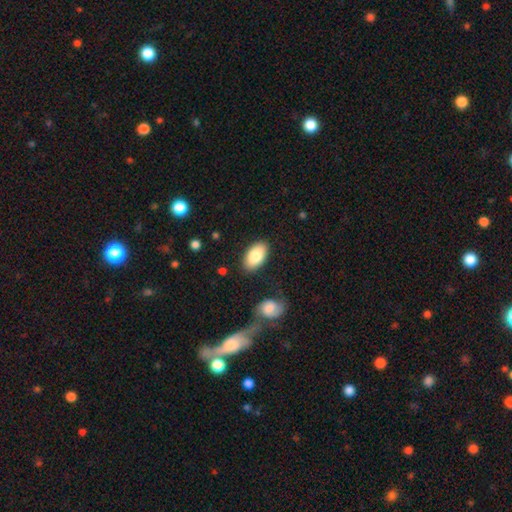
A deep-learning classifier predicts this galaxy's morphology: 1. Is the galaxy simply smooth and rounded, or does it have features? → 84% smooth, 10% featured or disk, 6% star or artifact.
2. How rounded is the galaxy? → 94% in between, 4% round, 2% cigar-shaped.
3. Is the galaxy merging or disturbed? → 84% none, 10% minor disturbance, 3% major disturbance, 3% merger.